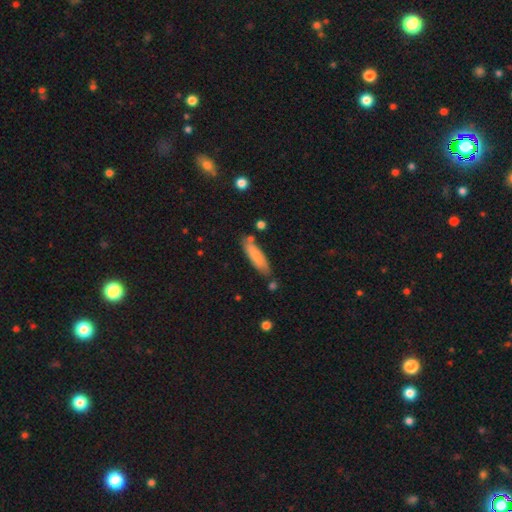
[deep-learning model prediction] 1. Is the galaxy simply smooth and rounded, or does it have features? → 82% smooth, 12% featured or disk, 6% star or artifact.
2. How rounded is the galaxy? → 66% cigar-shaped, 33% in between, 1% round.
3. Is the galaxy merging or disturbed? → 75% none, 16% minor disturbance, 7% merger, 3% major disturbance.